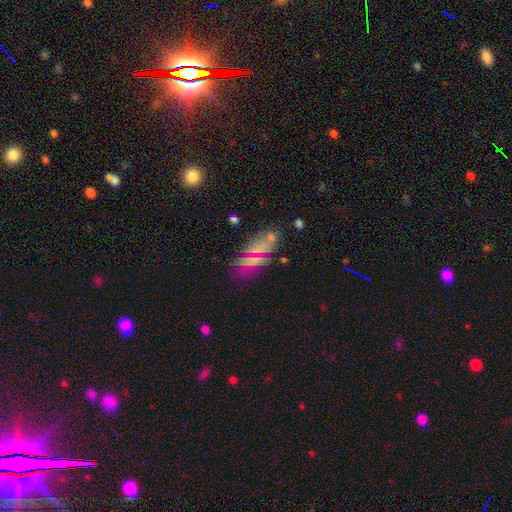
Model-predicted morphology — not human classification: This appears to be a smooth galaxy with no disk features (43%). Merging: none (64%).